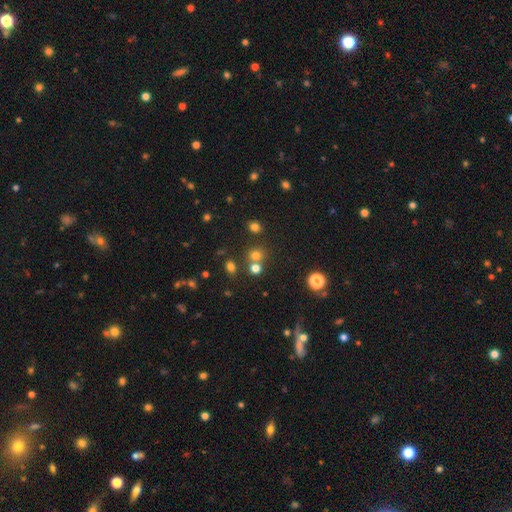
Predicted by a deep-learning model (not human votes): A smooth galaxy with no disk features (67%) that is round (82%).

Vote fractions:
- Smooth or featured? smooth: 67% / star or artifact: 24% / featured or disk: 8%
- How rounded? round: 82% / in between: 17% / cigar-shaped: 1%
- Merging? none: 64% / merger: 24% / minor disturbance: 8% / major disturbance: 4%